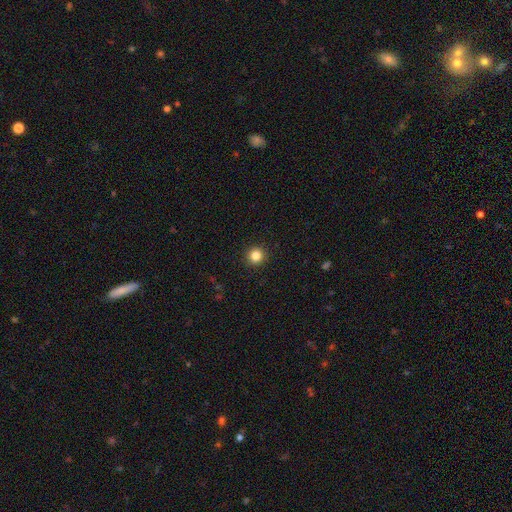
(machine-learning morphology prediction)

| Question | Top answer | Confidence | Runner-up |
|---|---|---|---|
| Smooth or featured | smooth | 84% | star or artifact (12%) |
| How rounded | round | 95% | in between (4%) |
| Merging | none | 93% | minor disturbance (5%) |